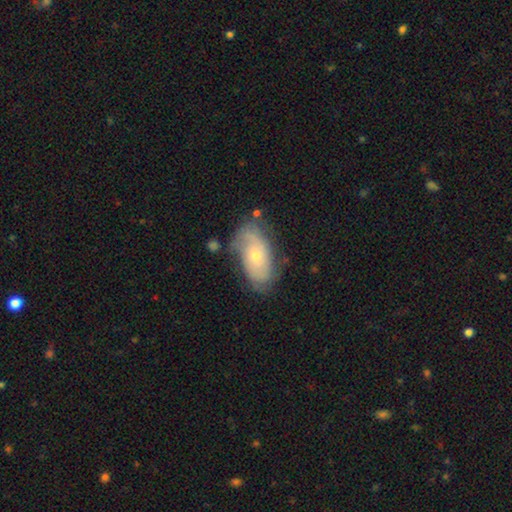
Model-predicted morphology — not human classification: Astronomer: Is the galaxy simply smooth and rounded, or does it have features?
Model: featured or disk — 55% (runner-up: smooth, 38%).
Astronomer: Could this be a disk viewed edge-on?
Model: no — 92%.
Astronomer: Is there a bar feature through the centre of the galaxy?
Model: no — 79%.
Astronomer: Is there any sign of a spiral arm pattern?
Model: yes — 75%.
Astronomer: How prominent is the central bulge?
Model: small — 54% (runner-up: moderate, 41%).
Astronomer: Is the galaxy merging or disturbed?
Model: none — 63%.